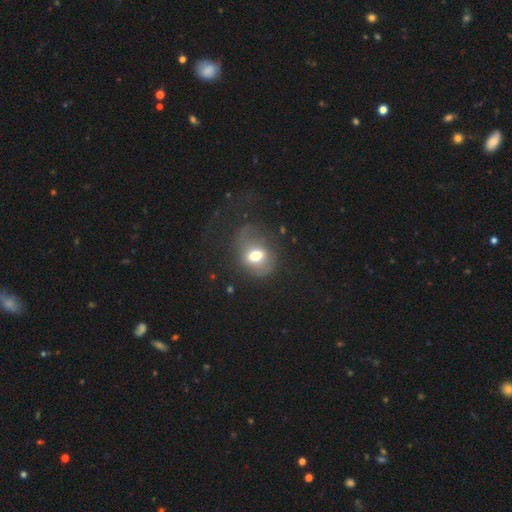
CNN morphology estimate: type=smooth (60%); roundness=round (52%); merging=none (41%).